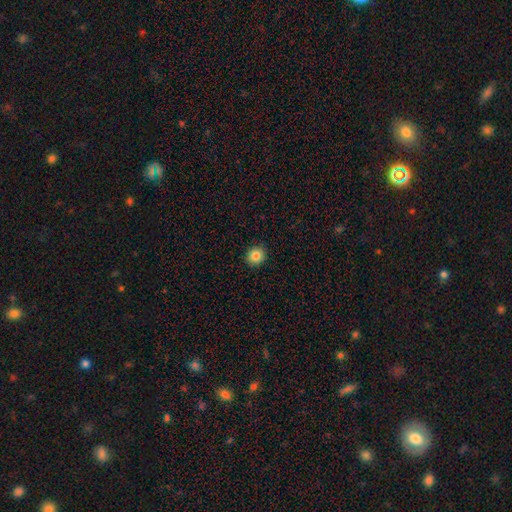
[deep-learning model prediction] This is clearly a smooth galaxy (84%). How rounded: clearly round (85%). Merging: clearly none (91%).